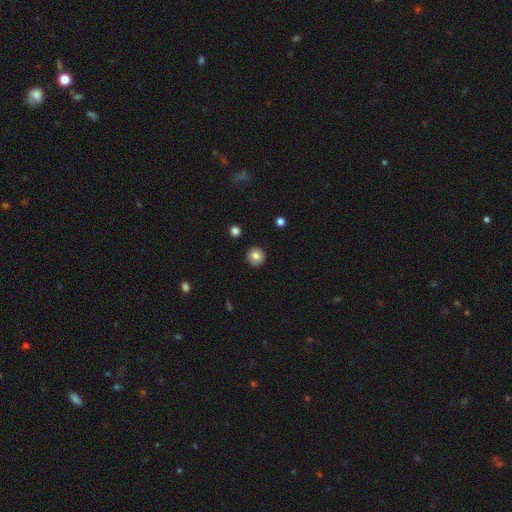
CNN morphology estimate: This appears to be a smooth galaxy with no disk features (83%) that is round (94%). Merging: none (91%).